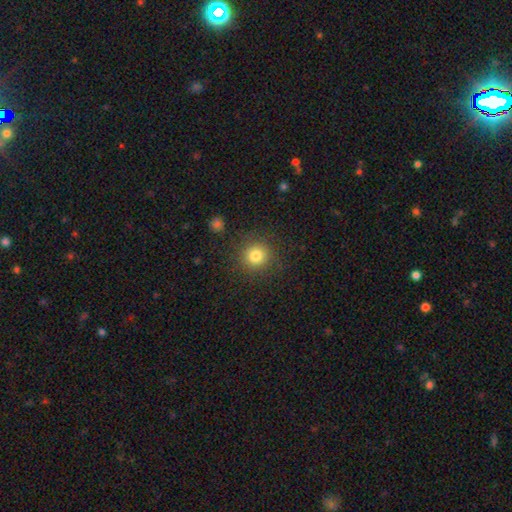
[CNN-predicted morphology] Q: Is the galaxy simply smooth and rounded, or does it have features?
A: smooth — 81%.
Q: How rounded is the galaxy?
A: round — 93%.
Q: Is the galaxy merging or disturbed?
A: none — 88%.